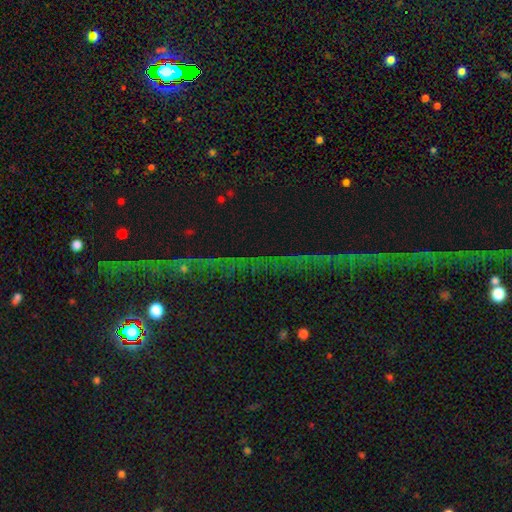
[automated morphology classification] Smooth or featured? Predicted: star or artifact (p=0.74).